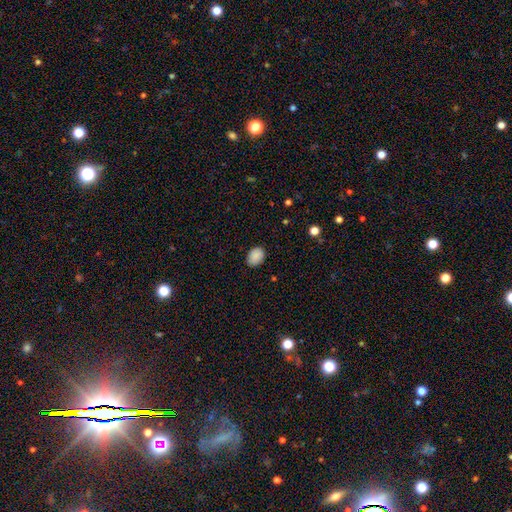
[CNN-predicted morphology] smooth 88%, star or artifact 8%, featured or disk 4%. Down the decision tree: how rounded — in between (73%); merging — none (82%).